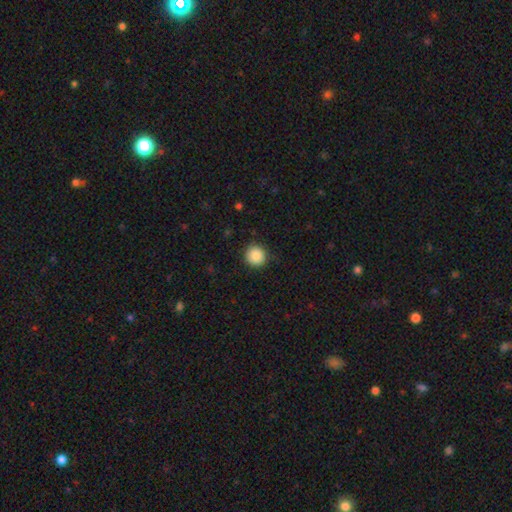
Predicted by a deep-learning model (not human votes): Morphology: type=smooth (88%); roundness=round (94%); merging=none (89%).